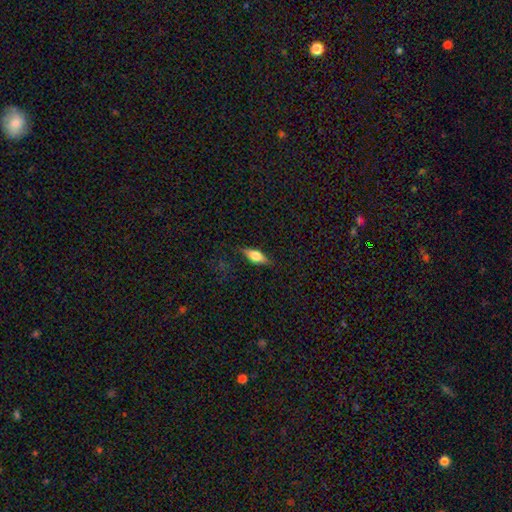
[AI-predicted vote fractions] Morphology: type=smooth (57%); roundness=in between (66%); merging=none (81%).